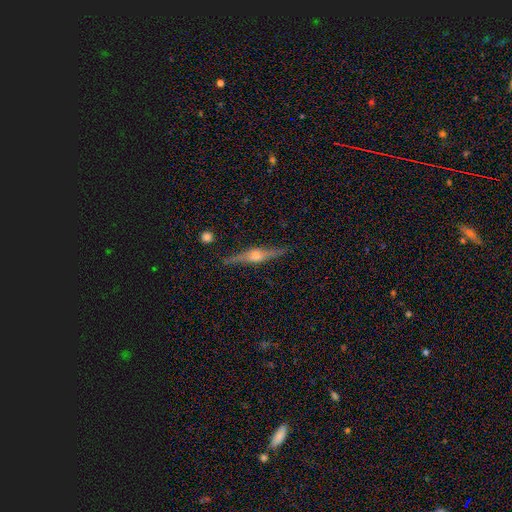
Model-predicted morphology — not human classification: This appears to be a featured or disk galaxy (84%) viewed edge-on (98%) with a rounded central bulge (90%). Merging: none (89%).